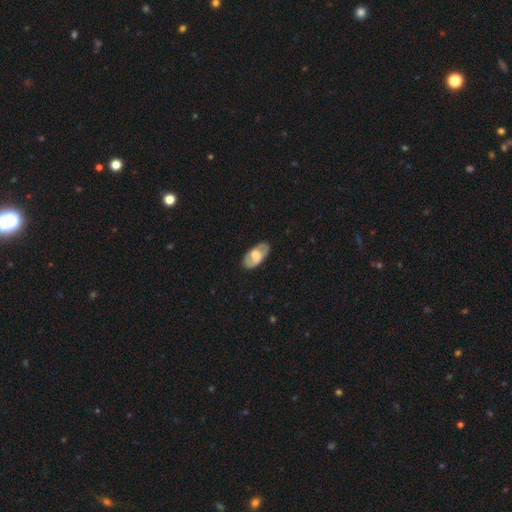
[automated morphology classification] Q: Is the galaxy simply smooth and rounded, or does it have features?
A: smooth — 48%.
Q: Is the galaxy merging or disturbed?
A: none — 82%.